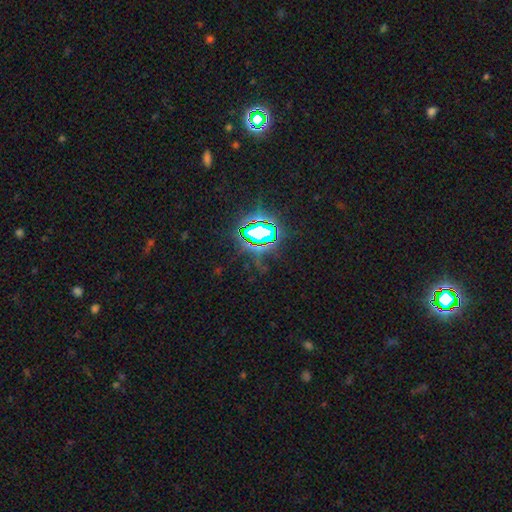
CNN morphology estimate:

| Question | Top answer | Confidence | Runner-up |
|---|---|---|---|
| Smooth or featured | star or artifact | 79% | smooth (13%) |